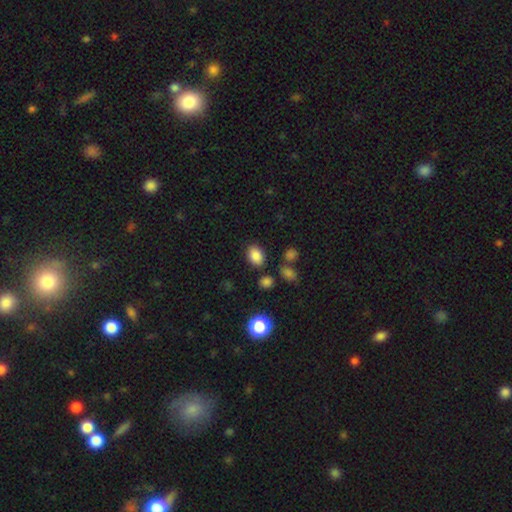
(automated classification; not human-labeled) Morphology: type=smooth (85%); roundness=in between (78%); merging=none (80%).